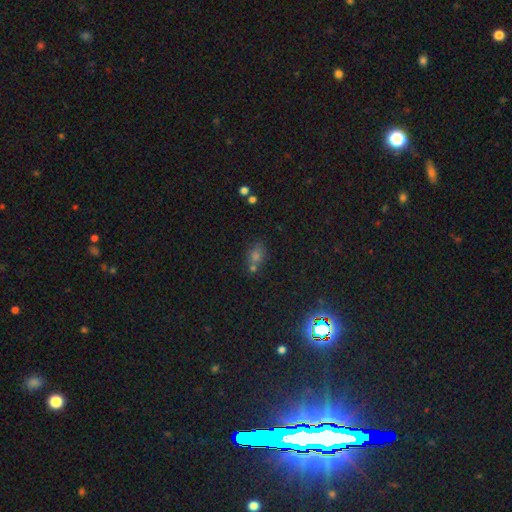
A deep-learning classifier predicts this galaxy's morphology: smooth-or-featured: smooth: 54% | star or artifact: 33% | featured or disk: 13%
  how-rounded: in between: 60% | round: 36% | cigar-shaped: 3%
  merging: none: 59% | merger: 24% | minor disturbance: 13% | major disturbance: 5%